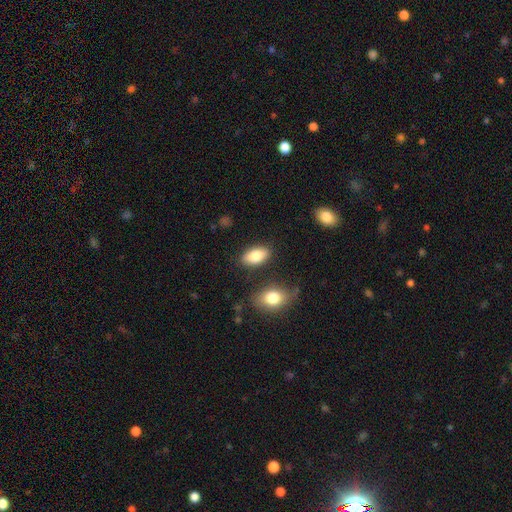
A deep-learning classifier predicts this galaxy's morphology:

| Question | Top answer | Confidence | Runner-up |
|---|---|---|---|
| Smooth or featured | smooth | 81% | featured or disk (12%) |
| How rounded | in between | 92% | cigar-shaped (4%) |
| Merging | none | 83% | minor disturbance (10%) |